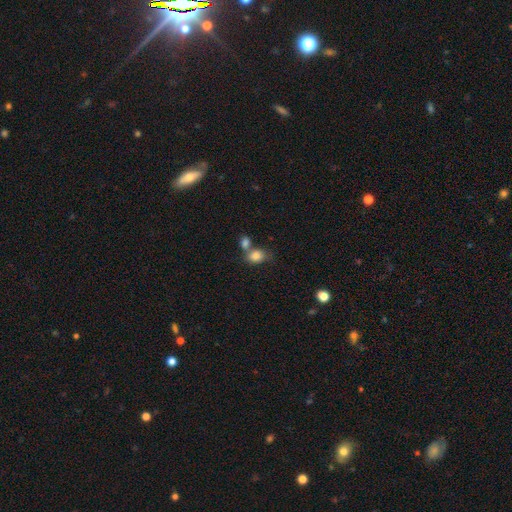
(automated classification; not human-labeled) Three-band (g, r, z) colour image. It shows a smooth galaxy with no disk features (82%) that is in between round and cigar-shaped (63%). Merging: merger (42%).